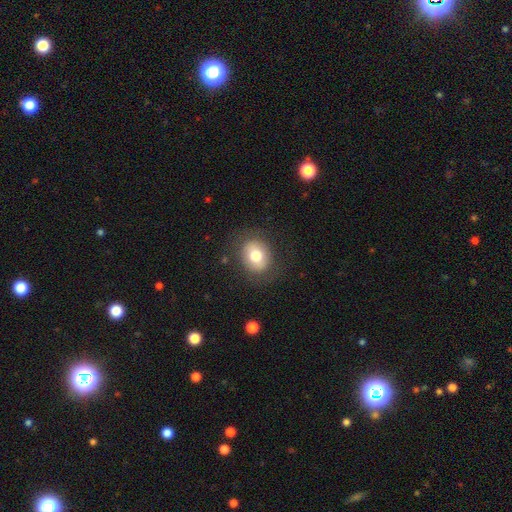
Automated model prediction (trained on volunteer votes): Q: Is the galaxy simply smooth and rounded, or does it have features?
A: smooth — 73%.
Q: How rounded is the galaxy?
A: round — 61%.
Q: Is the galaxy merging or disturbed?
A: none — 82%.